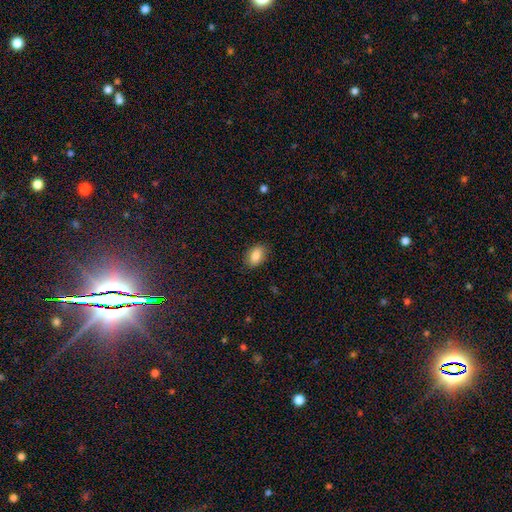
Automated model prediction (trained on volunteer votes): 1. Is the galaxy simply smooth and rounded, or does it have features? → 85% smooth, 8% star or artifact, 7% featured or disk.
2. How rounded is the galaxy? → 87% in between, 12% round, 1% cigar-shaped.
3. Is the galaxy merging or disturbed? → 85% none, 11% minor disturbance, 3% major disturbance, 1% merger.